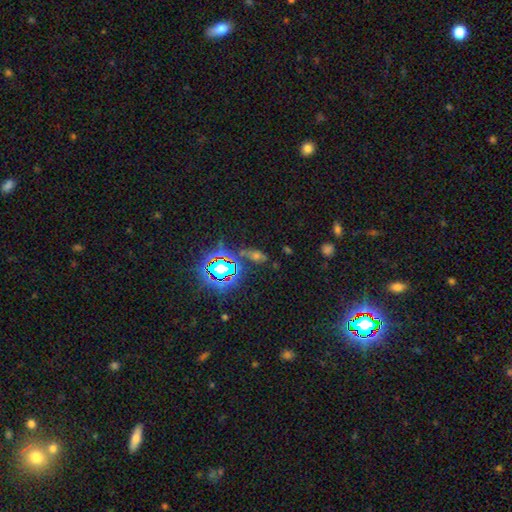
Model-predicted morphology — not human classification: Overall: star or artifact (51%; smooth 34%).